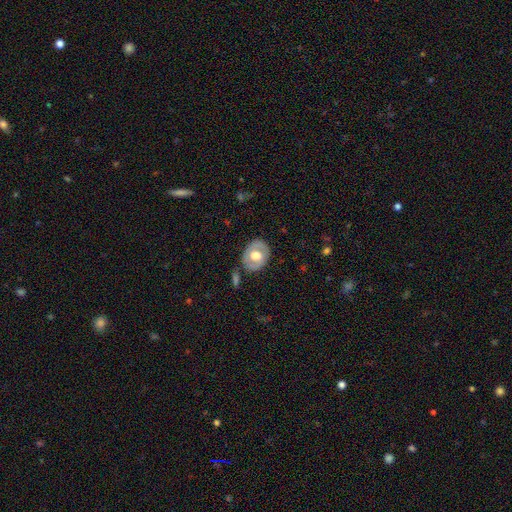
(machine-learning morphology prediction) Smooth or featured: smooth — 49% (featured or disk — 45%)
Merging: none — 78% (minor disturbance — 14%)